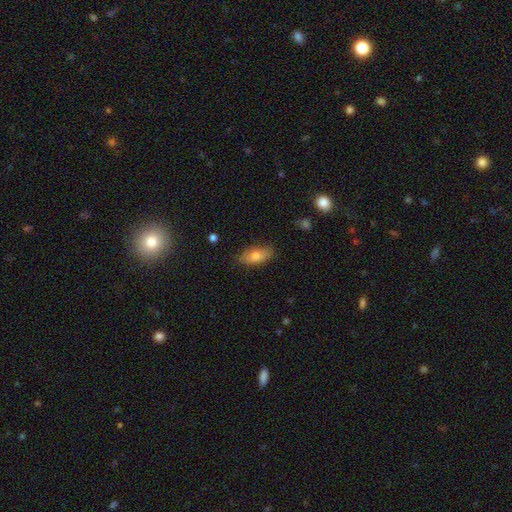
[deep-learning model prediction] This appears to be a smooth galaxy with no disk features (78%) that is in between round and cigar-shaped (86%). Merging: none (82%).